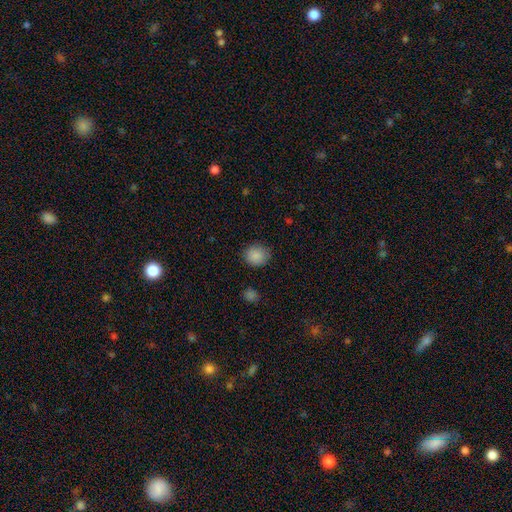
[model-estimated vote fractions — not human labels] The model was most divided on "how rounded": round: 80%, in between: 19%, cigar-shaped: 1%. More confident: smooth or featured — smooth (88%); merging — none (85%).